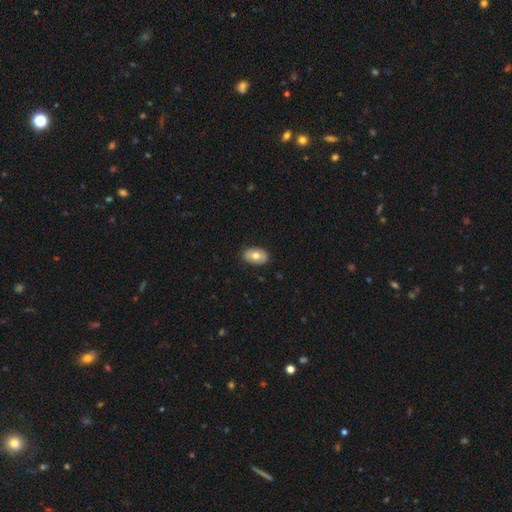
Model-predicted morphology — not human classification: smooth 69%, featured or disk 25%, star or artifact 6%. Down the decision tree: how rounded — in between (89%); merging — none (86%).